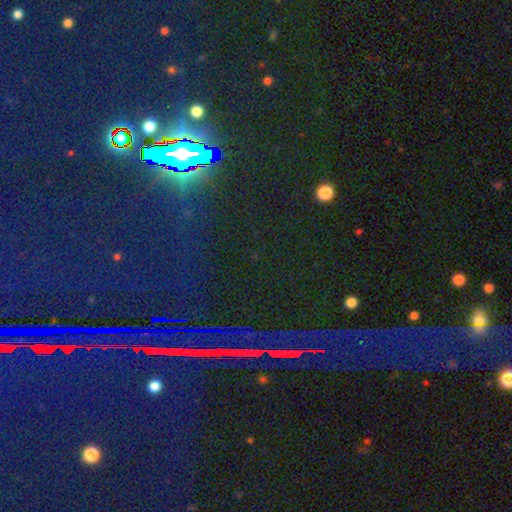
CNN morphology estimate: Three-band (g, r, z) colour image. It shows a star or artifact, not a galaxy (86%).